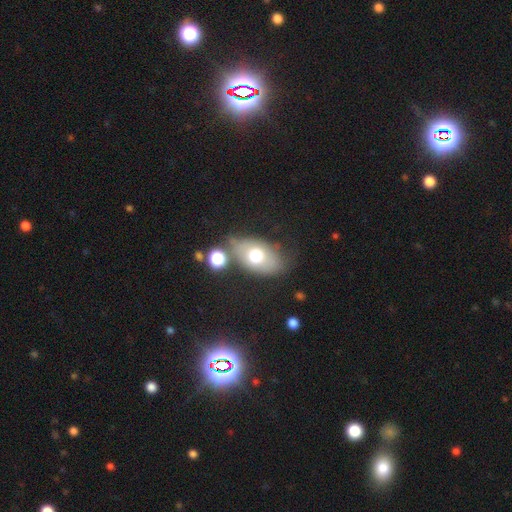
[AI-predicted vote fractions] Q: Smooth or featured?
A: smooth (64%); runner-up: featured or disk (26%)
Q: How rounded?
A: in between (86%); runner-up: round (12%)
Q: Merging?
A: none (60%); runner-up: minor disturbance (20%)